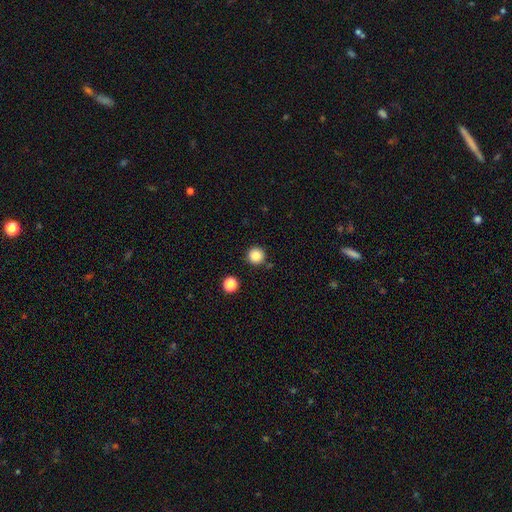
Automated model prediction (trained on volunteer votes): The model was most divided on "smooth or featured": smooth: 86%, star or artifact: 11%, featured or disk: 3%. More confident: how rounded — round (96%); merging — none (89%).